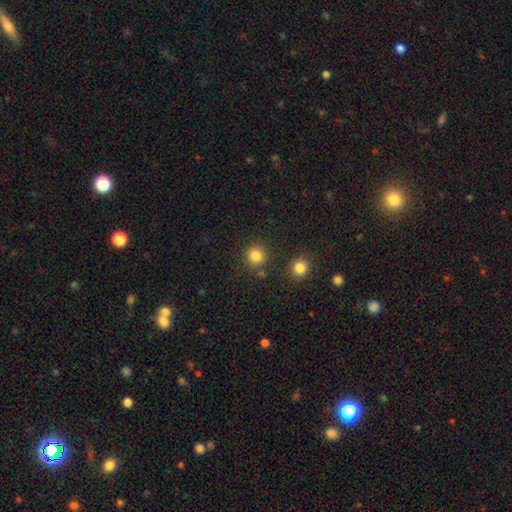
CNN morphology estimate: Smooth or featured? smooth (83%)
How rounded? round (91%)
Merging? none (84%)